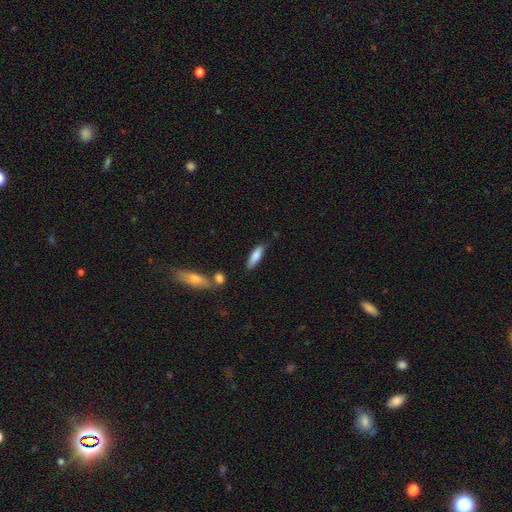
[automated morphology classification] Smooth or featured? Predicted: smooth (p=0.82). How rounded? Predicted: cigar-shaped (p=0.54). Merging? Predicted: none (p=0.78).